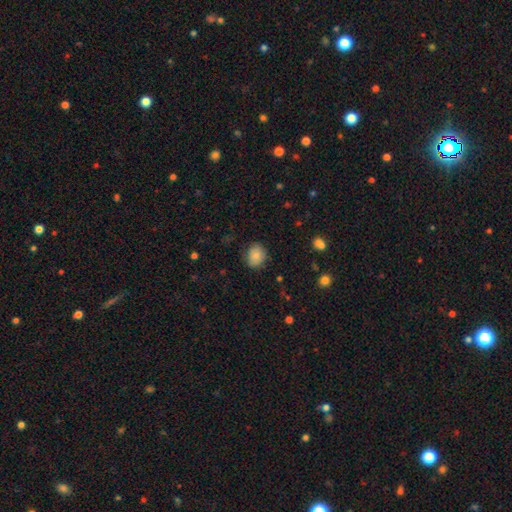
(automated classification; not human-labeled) Smooth or featured: smooth — 82% (featured or disk — 10%)
How rounded: round — 54% (in between — 45%)
Merging: none — 77% (minor disturbance — 18%)